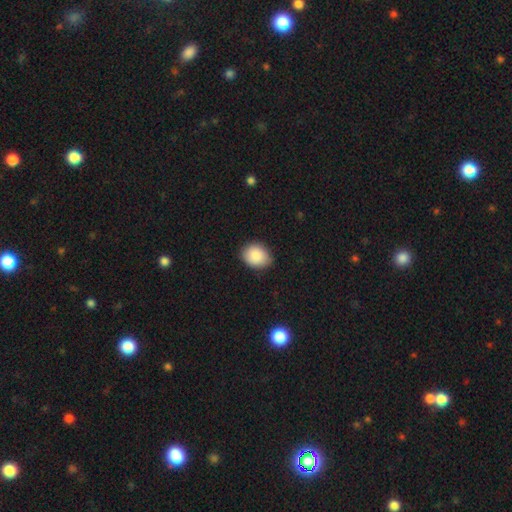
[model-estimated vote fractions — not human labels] This appears to be a smooth galaxy with no disk features (88%) that is round (53%). Merging: none (82%).